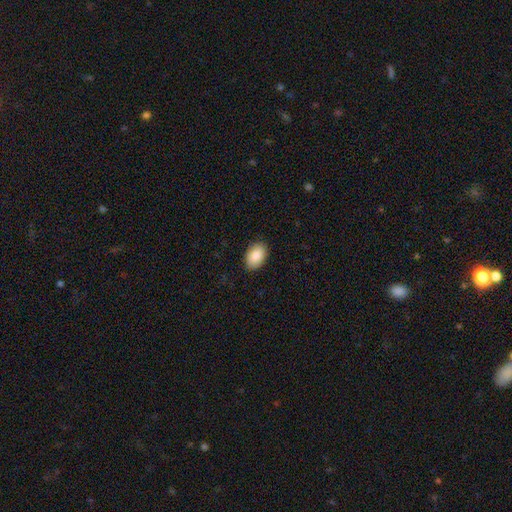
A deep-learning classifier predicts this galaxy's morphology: A smooth galaxy with no disk features (89%) that is in between round and cigar-shaped (87%).

Vote fractions:
- Smooth or featured? smooth: 89% / star or artifact: 6% / featured or disk: 5%
- How rounded? in between: 87% / round: 12% / cigar-shaped: 1%
- Merging? none: 88% / minor disturbance: 9% / major disturbance: 2% / merger: 1%